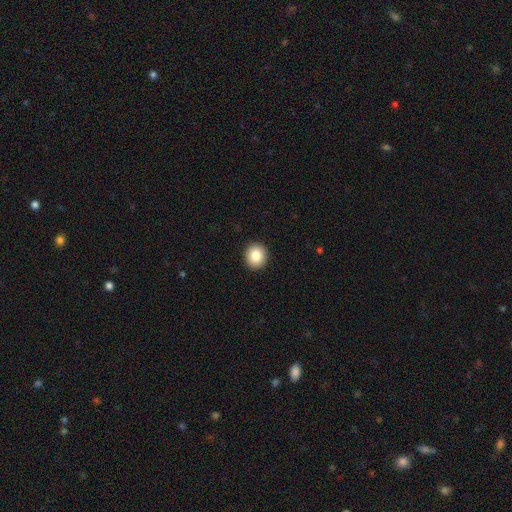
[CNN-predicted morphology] smooth 85%, star or artifact 9%, featured or disk 6%. Down the decision tree: how rounded — round (88%); merging — none (93%).